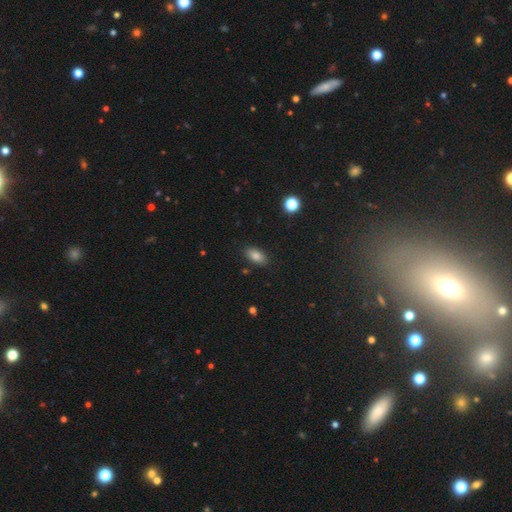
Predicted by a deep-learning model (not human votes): Smooth or featured: smooth — 83% (star or artifact — 10%)
How rounded: in between — 90% (cigar-shaped — 5%)
Merging: none — 87% (minor disturbance — 9%)